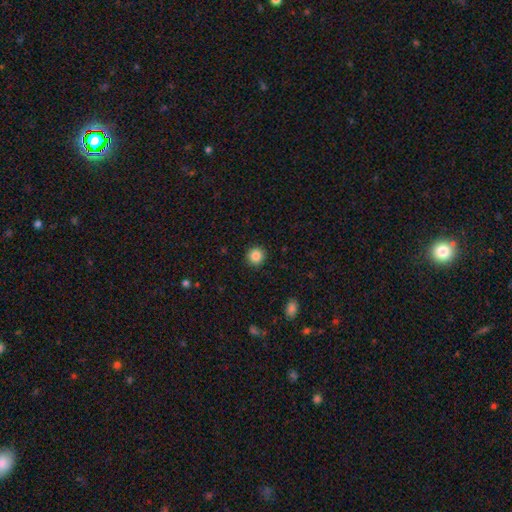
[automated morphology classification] Q: Smooth or featured?
A: smooth (87%); runner-up: star or artifact (10%)
Q: How rounded?
A: round (93%); runner-up: in between (6%)
Q: Merging?
A: none (92%); runner-up: minor disturbance (5%)